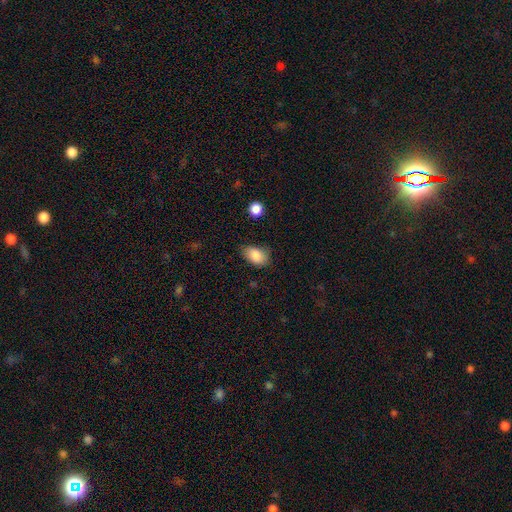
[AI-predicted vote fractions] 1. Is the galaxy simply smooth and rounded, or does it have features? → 87% smooth, 7% star or artifact, 6% featured or disk.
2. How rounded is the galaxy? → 88% in between, 11% round, 1% cigar-shaped.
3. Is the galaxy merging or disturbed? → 72% none, 22% minor disturbance, 5% major disturbance, 2% merger.